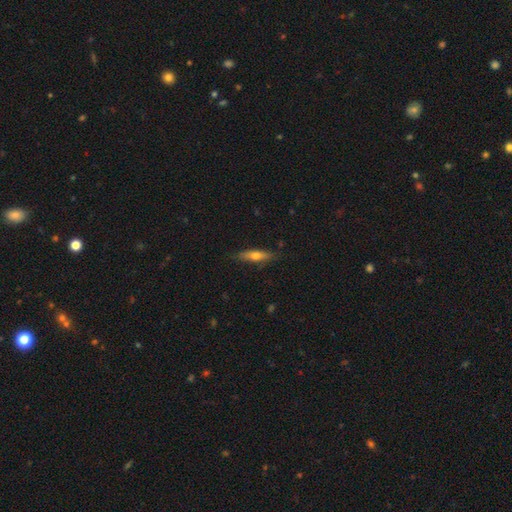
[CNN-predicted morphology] A smooth galaxy with no disk features (52%) that is cigar-shaped (69%).

Vote fractions:
- Smooth or featured? smooth: 52% / featured or disk: 42% / star or artifact: 6%
- How rounded? cigar-shaped: 69% / in between: 29% / round: 2%
- Merging? none: 84% / minor disturbance: 13% / major disturbance: 2% / merger: 1%